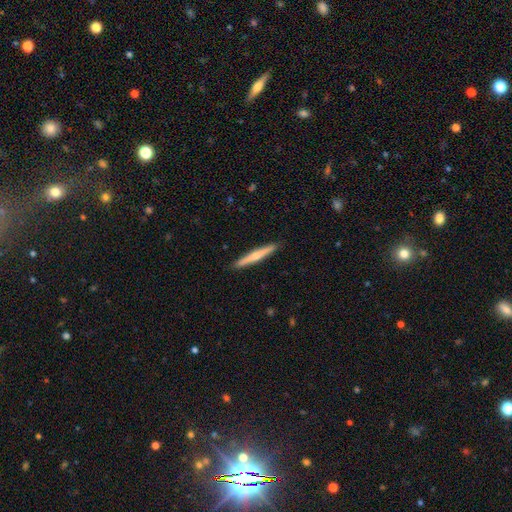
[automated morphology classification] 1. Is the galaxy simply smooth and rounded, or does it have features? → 49% featured or disk, 46% smooth, 5% star or artifact.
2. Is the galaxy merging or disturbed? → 92% none, 6% minor disturbance, 1% major disturbance, 1% merger.